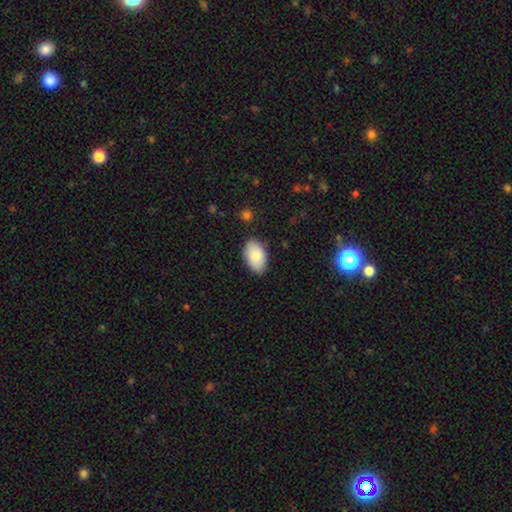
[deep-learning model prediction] Smooth or featured: smooth — 85% (featured or disk — 9%)
How rounded: in between — 94% (round — 5%)
Merging: none — 83% (minor disturbance — 13%)